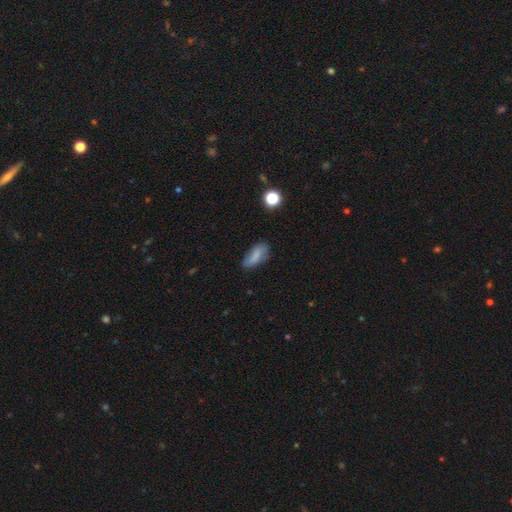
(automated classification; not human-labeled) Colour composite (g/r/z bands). It shows a smooth galaxy with no disk features (75%) that is in between round and cigar-shaped (80%). Merging: none (67%).